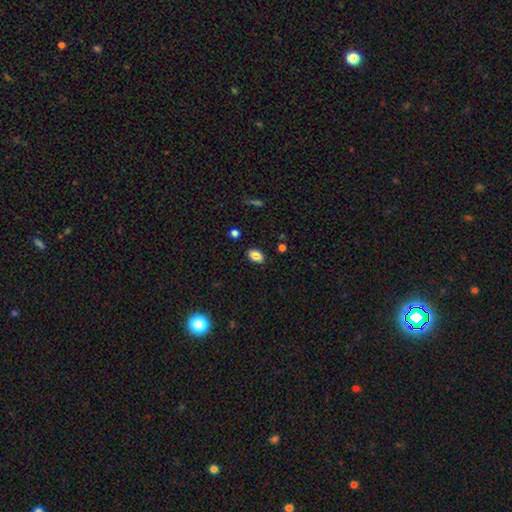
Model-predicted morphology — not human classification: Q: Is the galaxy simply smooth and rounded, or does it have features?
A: smooth — 86%.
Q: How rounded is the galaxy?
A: in between — 90%.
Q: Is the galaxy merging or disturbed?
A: none — 86%.